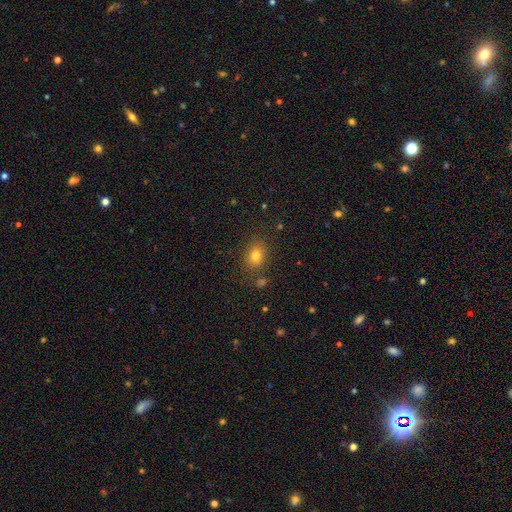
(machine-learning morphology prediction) Smooth or featured? Predicted: smooth (p=0.78). How rounded? Predicted: in between (p=0.50). Merging? Predicted: none (p=0.81).